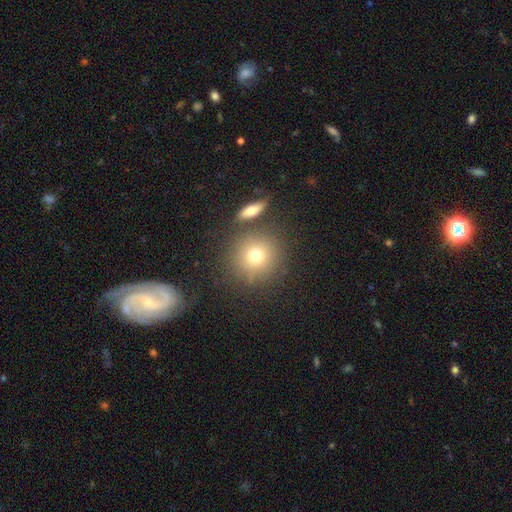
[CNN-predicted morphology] This appears to be a smooth galaxy with no disk features (74%) that is round (91%). Merging: none (78%).